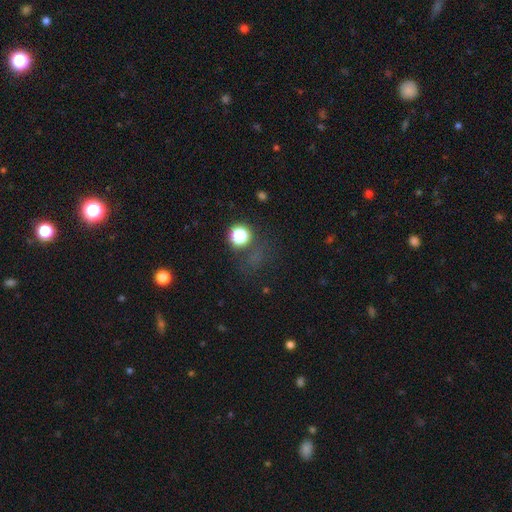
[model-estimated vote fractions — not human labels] Smooth or featured?
  - star or artifact: 46% *
  - smooth: 45%
  - featured or disk: 9%